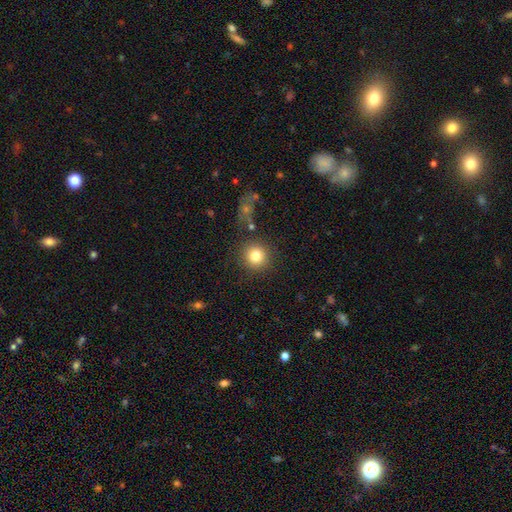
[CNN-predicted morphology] This appears to be a smooth galaxy with no disk features (81%) that is round (93%). Merging: none (85%).